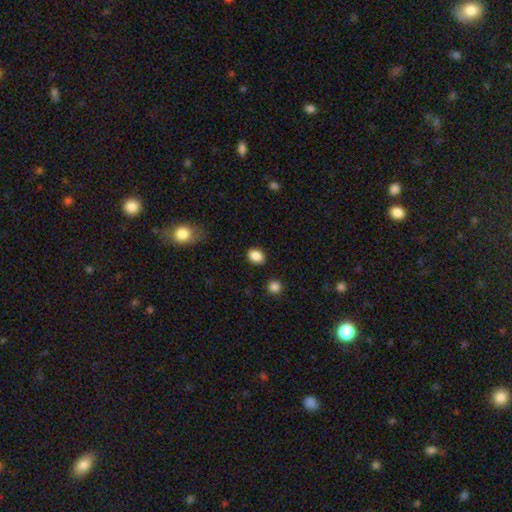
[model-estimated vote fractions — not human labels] Morphology: type=smooth (87%); roundness=in between (57%); merging=none (86%).